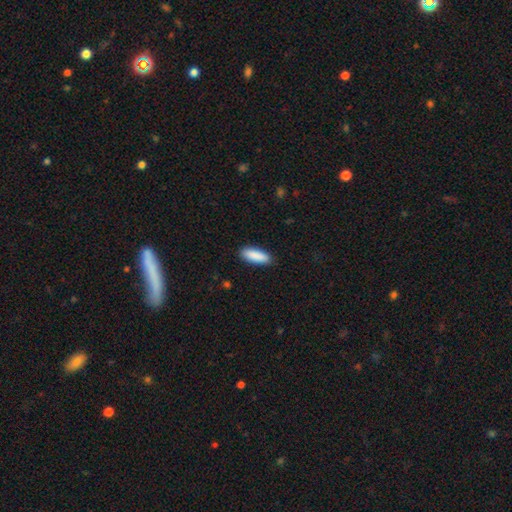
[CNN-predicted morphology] Q: Smooth or featured?
A: smooth (90%); runner-up: star or artifact (5%)
Q: How rounded?
A: in between (61%); runner-up: cigar-shaped (38%)
Q: Merging?
A: none (89%); runner-up: minor disturbance (8%)